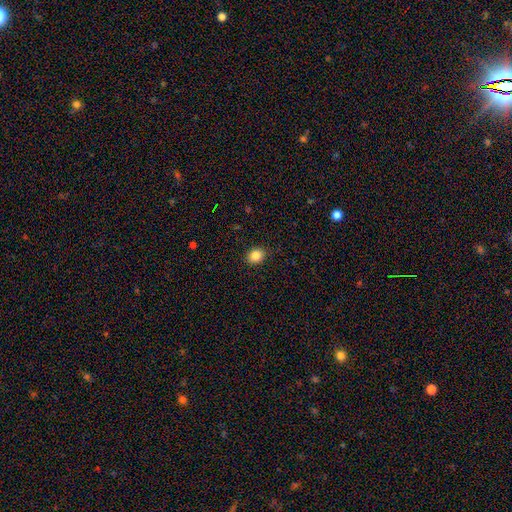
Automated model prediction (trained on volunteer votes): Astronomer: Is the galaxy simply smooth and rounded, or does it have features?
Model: smooth — 85%.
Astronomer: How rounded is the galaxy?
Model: round — 55% (runner-up: in between, 44%).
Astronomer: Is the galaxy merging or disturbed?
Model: none — 89%.